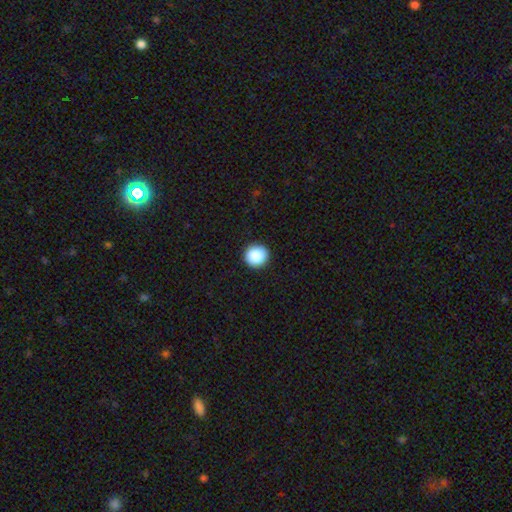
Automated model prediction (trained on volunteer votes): The model was most divided on "smooth or featured": smooth: 89%, star or artifact: 8%, featured or disk: 3%. More confident: how rounded — round (95%); merging — none (93%).